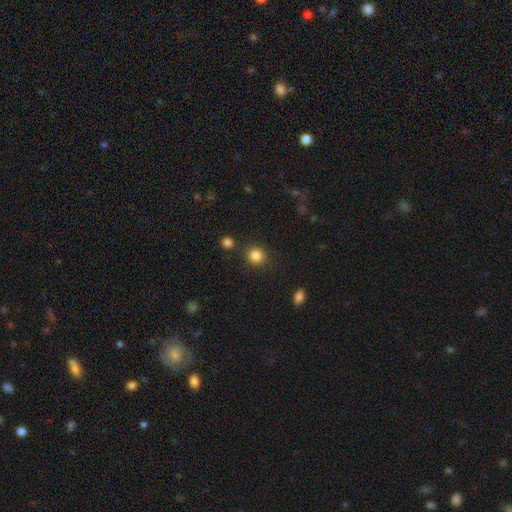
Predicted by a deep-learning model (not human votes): smooth-or-featured: smooth: 85% | star or artifact: 11% | featured or disk: 4%
  how-rounded: round: 87% | in between: 12% | cigar-shaped: 1%
  merging: none: 86% | minor disturbance: 7% | merger: 4% | major disturbance: 3%